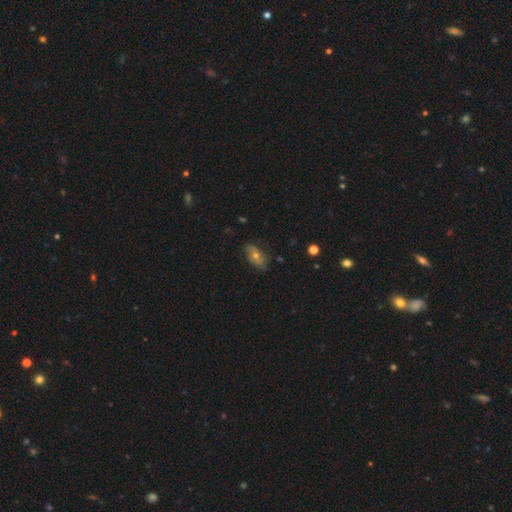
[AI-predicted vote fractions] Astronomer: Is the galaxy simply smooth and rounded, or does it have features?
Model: featured or disk — 50% (runner-up: smooth, 37%).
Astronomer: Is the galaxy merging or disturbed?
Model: none — 77%.